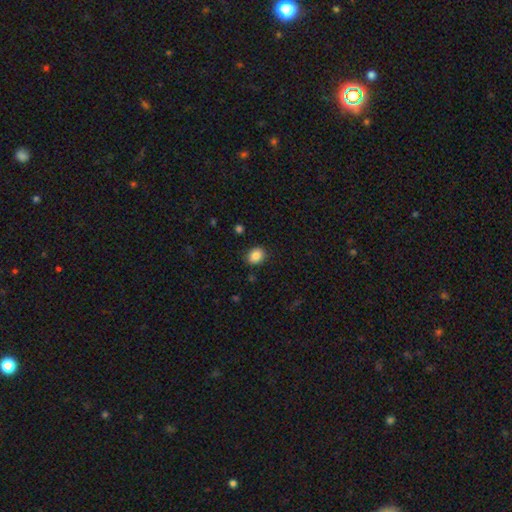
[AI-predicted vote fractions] smooth-or-featured: smooth: 86% | star or artifact: 9% | featured or disk: 5%
  how-rounded: in between: 51% | round: 48% | cigar-shaped: 1%
  merging: none: 87% | minor disturbance: 9% | major disturbance: 2% | merger: 1%